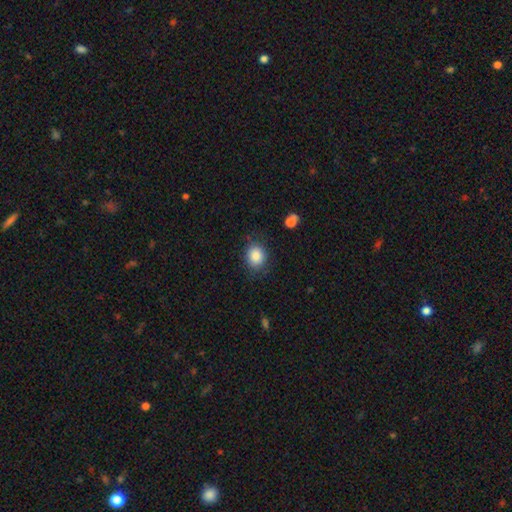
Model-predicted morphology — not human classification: smooth_or_featured: smooth (p=0.86) [alt: star or artifact p=0.09]
how_rounded: round (p=0.65) [alt: in between p=0.34]
merging: none (p=0.81) [alt: minor disturbance p=0.14]